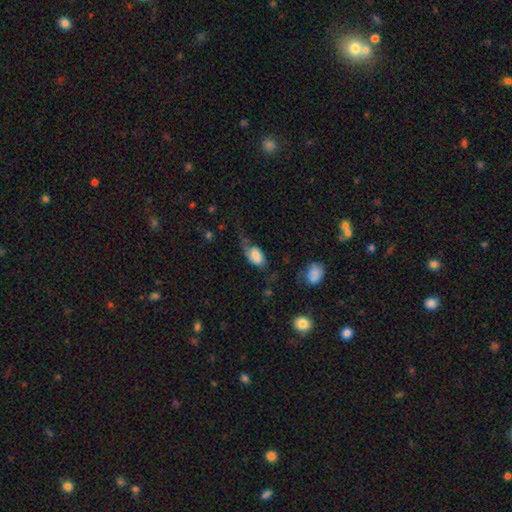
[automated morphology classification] smooth 63%, featured or disk 29%, star or artifact 8%. Down the decision tree: how rounded — in between (89%); merging — major disturbance (48%).